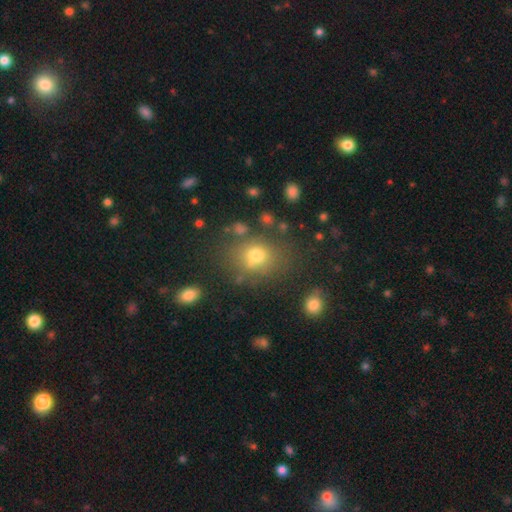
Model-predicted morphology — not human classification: The model was most divided on "how rounded": round: 63%, in between: 36%, cigar-shaped: 1%. More confident: merging — none (72%); smooth or featured — smooth (71%).